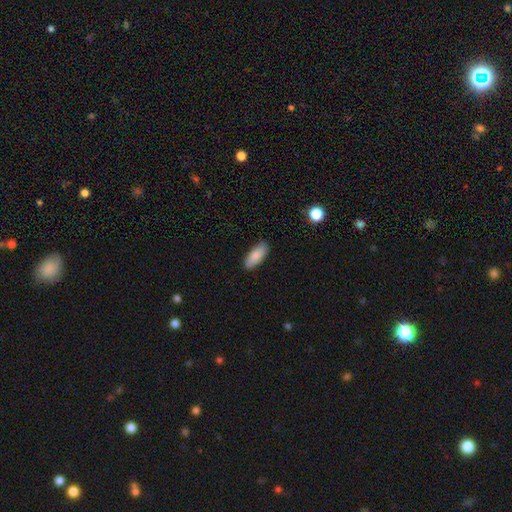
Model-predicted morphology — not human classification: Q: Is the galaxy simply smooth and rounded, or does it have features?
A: smooth — 86%.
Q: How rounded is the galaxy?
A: in between — 79%.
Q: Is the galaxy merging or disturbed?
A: none — 87%.